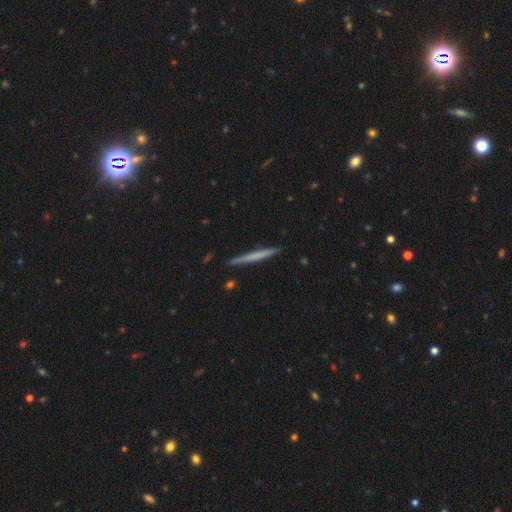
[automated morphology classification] Q: Smooth or featured?
A: smooth (52%); runner-up: featured or disk (43%)
Q: How rounded?
A: cigar-shaped (97%); runner-up: in between (2%)
Q: Merging?
A: none (91%); runner-up: minor disturbance (7%)